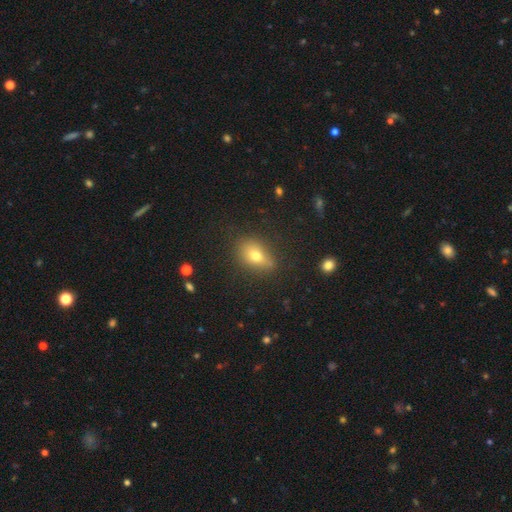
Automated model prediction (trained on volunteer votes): Smooth or featured: smooth — 71% (featured or disk — 16%)
How rounded: in between — 72% (round — 24%)
Merging: none — 69% (minor disturbance — 21%)